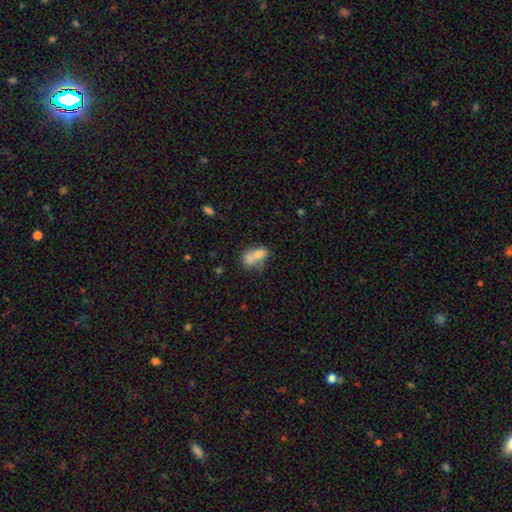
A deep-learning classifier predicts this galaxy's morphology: This appears to be a smooth galaxy with no disk features (69%) that is in between round and cigar-shaped (73%). Merging: merger (60%).